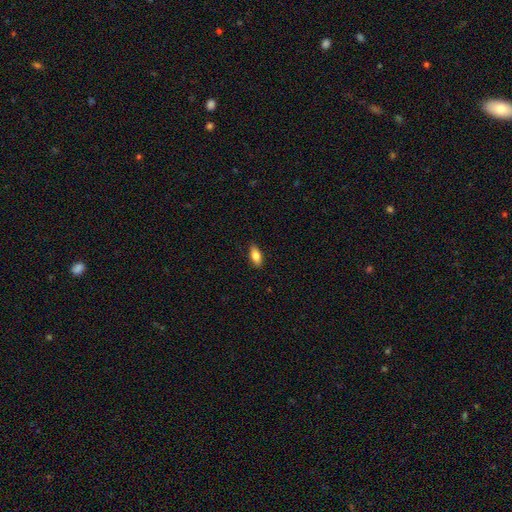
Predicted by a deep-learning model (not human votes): This is clearly a smooth galaxy (82%). How rounded: clearly in between (87%). Merging: clearly none (87%).